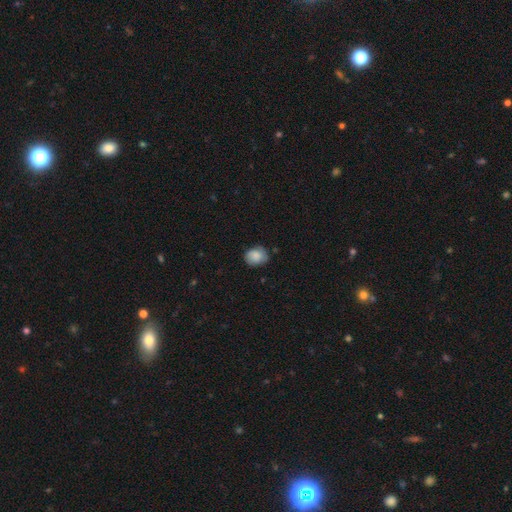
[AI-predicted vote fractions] Q: Smooth or featured?
A: smooth (81%); runner-up: featured or disk (11%)
Q: How rounded?
A: round (55%); runner-up: in between (44%)
Q: Merging?
A: none (71%); runner-up: minor disturbance (23%)